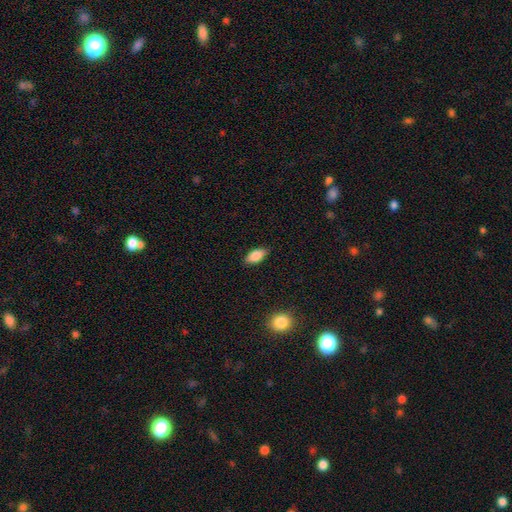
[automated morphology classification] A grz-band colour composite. It shows a smooth galaxy with no disk features (84%) that is in between round and cigar-shaped (89%). Merging: none (86%).